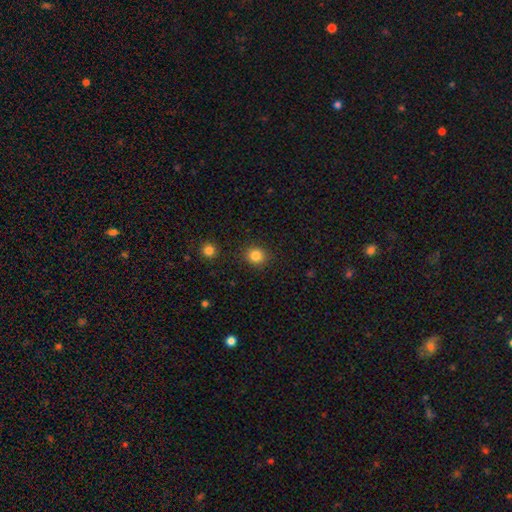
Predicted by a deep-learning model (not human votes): Smooth or featured?
  - smooth: 84% *
  - star or artifact: 11%
  - featured or disk: 5%
How rounded?
  - round: 84% *
  - in between: 15%
  - cigar-shaped: 1%
Merging?
  - none: 89% *
  - minor disturbance: 7%
  - major disturbance: 2%
  - merger: 2%